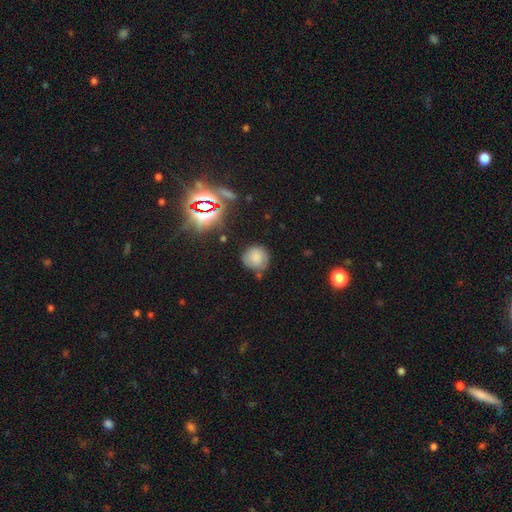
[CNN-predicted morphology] A smooth galaxy with no disk features (75%) that is round (89%).

Vote fractions:
- Smooth or featured? smooth: 75% / star or artifact: 14% / featured or disk: 11%
- How rounded? round: 89% / in between: 10% / cigar-shaped: 1%
- Merging? none: 73% / minor disturbance: 18% / major disturbance: 5% / merger: 4%